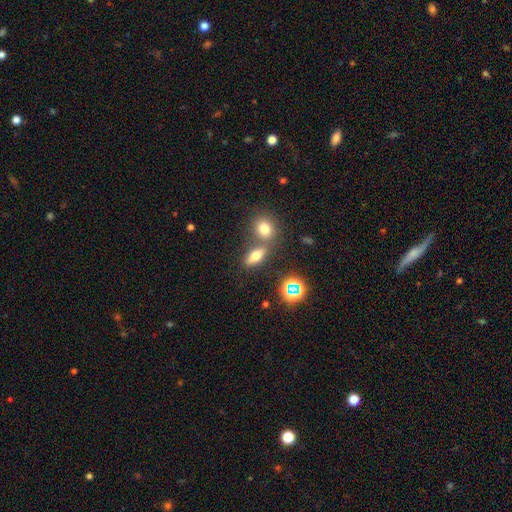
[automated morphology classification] The model was most divided on "merging": none: 62%, merger: 25%, minor disturbance: 9%, major disturbance: 4%. More confident: smooth or featured — smooth (63%); how rounded — in between (62%).